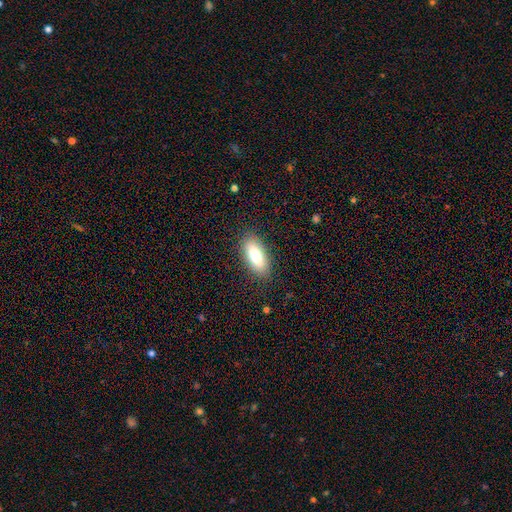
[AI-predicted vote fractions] smooth-or-featured: smooth: 77% | featured or disk: 16% | star or artifact: 7%
  how-rounded: in between: 77% | cigar-shaped: 21% | round: 2%
  merging: none: 87% | minor disturbance: 9% | major disturbance: 3% | merger: 1%